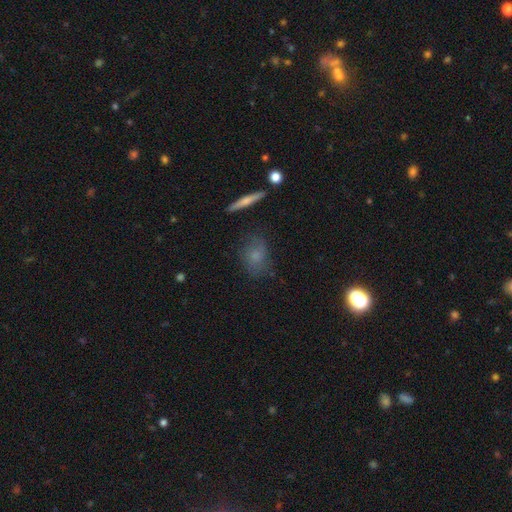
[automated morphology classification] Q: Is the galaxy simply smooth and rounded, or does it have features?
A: smooth — 59%.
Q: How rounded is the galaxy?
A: in between — 58%.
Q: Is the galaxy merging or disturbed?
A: none — 71%.